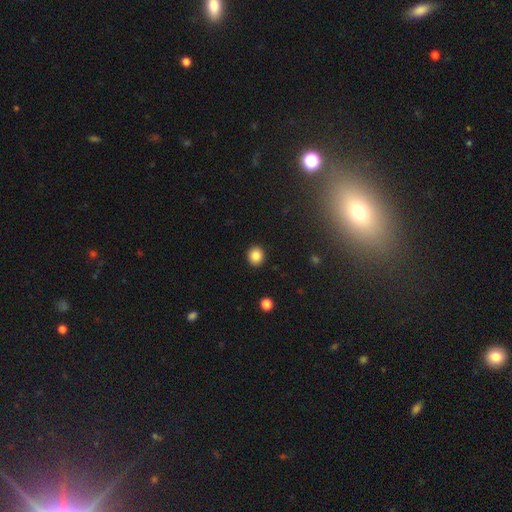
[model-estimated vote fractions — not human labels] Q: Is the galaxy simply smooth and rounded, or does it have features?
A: smooth — 86%.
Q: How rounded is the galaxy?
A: round — 82%.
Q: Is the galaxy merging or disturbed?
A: none — 92%.